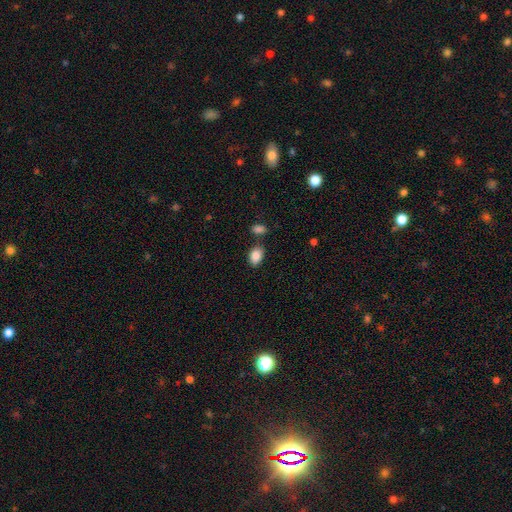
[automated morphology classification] This appears to be a smooth galaxy with no disk features (87%) that is in between round and cigar-shaped (84%). Merging: none (74%).